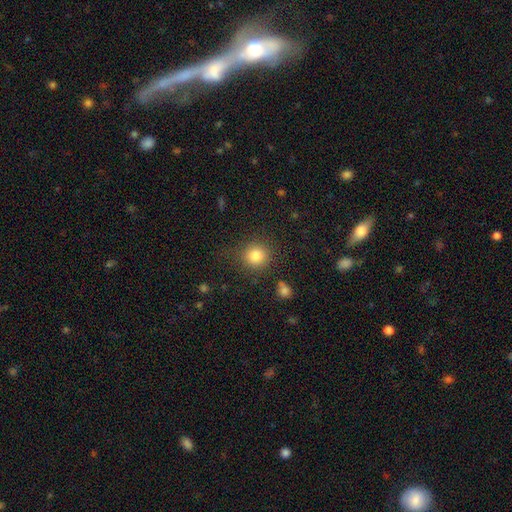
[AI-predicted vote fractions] smooth-or-featured: smooth: 83% | star or artifact: 11% | featured or disk: 6%
  how-rounded: round: 89% | in between: 10% | cigar-shaped: 1%
  merging: none: 83% | minor disturbance: 10% | major disturbance: 4% | merger: 3%